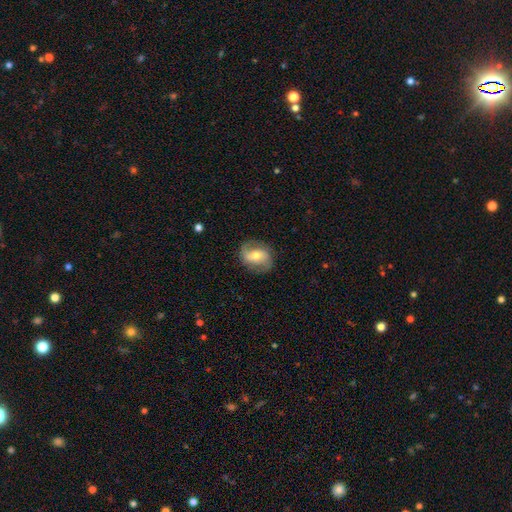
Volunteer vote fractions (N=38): Smooth or featured? featured or disk (74%)
Edge-on disk? no (100%)
Bar? weak (43%)
Spiral arms? yes (96%)
Spiral winding? medium (52%)
Spiral arm count? 2 (100%)
Bulge size? moderate (50%)
Merging? none (86%)